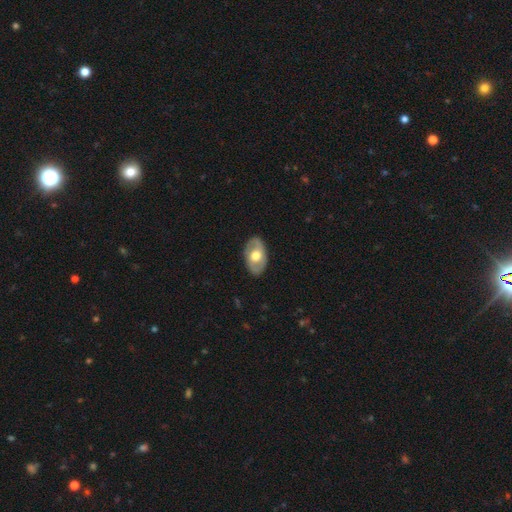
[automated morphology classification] Q: Smooth or featured?
A: featured or disk (60%); runner-up: smooth (35%)
Q: Edge-on disk?
A: no (90%); runner-up: yes (10%)
Q: Bar?
A: no (68%); runner-up: weak (24%)
Q: Spiral arms?
A: no (52%); runner-up: yes (48%)
Q: Bulge size?
A: moderate (66%); runner-up: large (26%)
Q: Merging?
A: none (84%); runner-up: minor disturbance (12%)